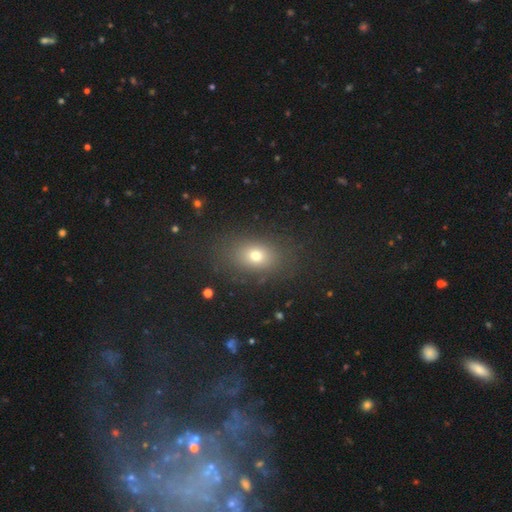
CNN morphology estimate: smooth_or_featured: smooth (p=0.72) [alt: star or artifact p=0.16]
how_rounded: in between (p=0.69) [alt: round p=0.29]
merging: none (p=0.83) [alt: minor disturbance p=0.10]